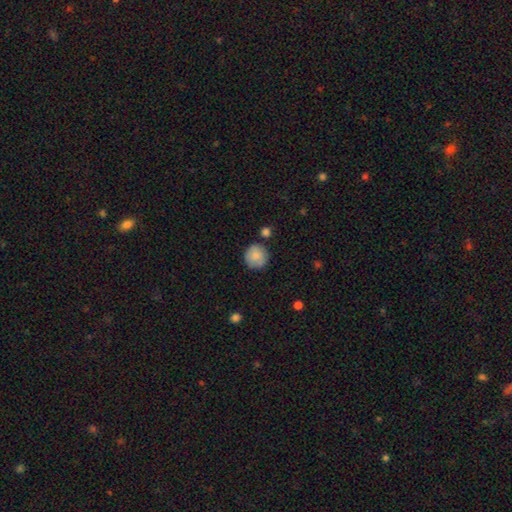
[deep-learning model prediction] Overall: smooth (85%). How rounded: round (92%). Merging: none (80%).